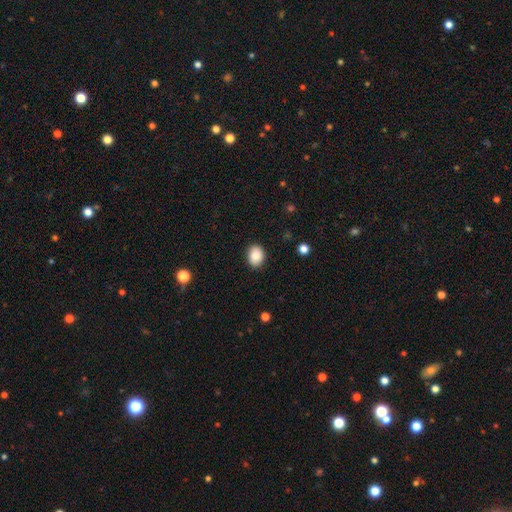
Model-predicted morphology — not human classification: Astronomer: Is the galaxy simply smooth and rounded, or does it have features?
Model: smooth — 86%.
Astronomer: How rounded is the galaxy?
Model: in between — 56% (runner-up: round, 43%).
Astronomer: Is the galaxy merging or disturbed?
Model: none — 89%.